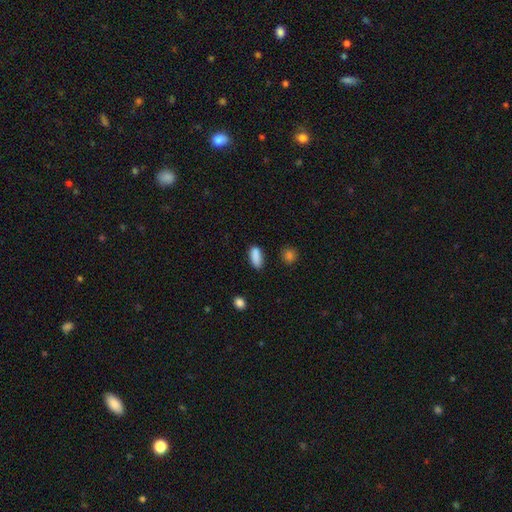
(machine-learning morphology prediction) A smooth galaxy with no disk features (88%) that is in between round and cigar-shaped (78%). Merging: none (78%).